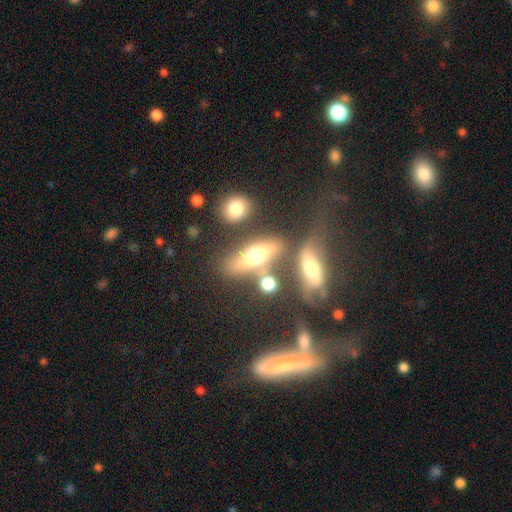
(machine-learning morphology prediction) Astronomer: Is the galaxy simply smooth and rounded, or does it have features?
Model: smooth — 47% (runner-up: featured or disk, 42%).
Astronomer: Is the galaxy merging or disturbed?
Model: none — 55%.